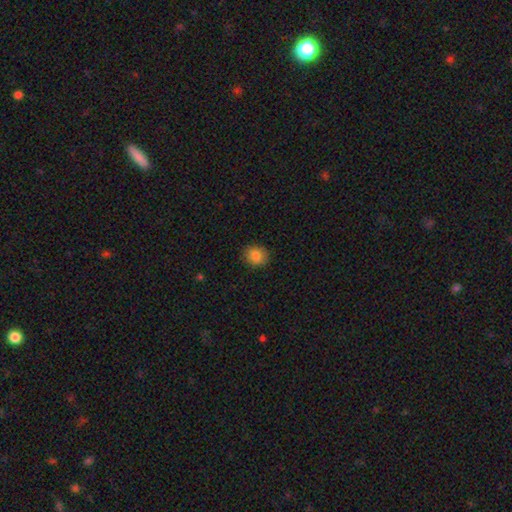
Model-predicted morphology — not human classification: A smooth galaxy with no disk features (85%) that is round (73%). Merging: none (88%).